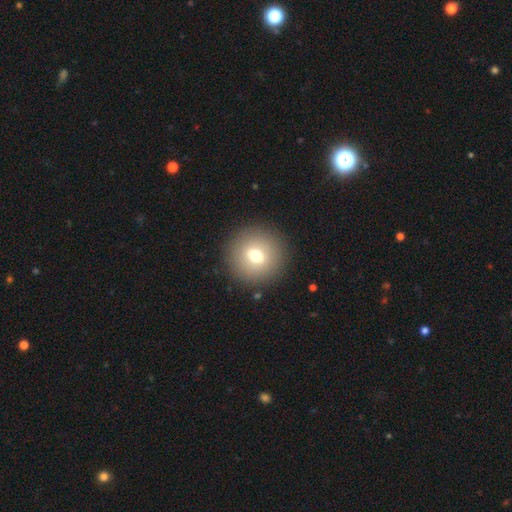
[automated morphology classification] Smooth or featured? smooth (71%)
How rounded? round (95%)
Merging? none (90%)